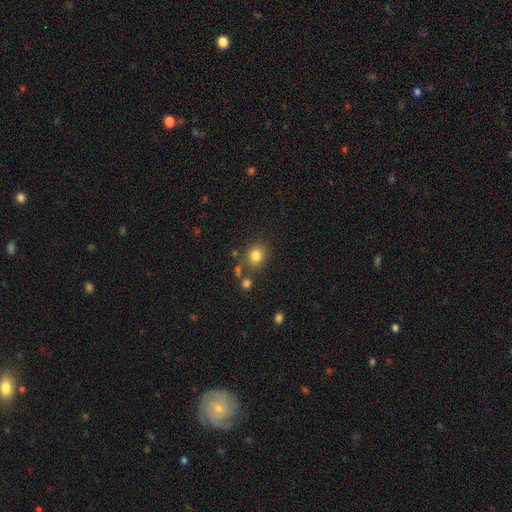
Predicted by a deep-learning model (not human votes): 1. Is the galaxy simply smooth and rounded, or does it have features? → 81% smooth, 12% star or artifact, 7% featured or disk.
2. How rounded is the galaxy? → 74% round, 25% in between, 1% cigar-shaped.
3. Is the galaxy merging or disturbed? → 75% none, 12% minor disturbance, 9% merger, 4% major disturbance.